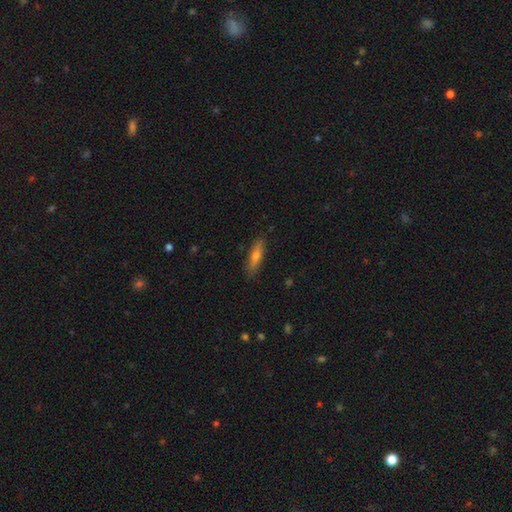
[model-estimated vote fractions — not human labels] smooth 64%, featured or disk 29%, star or artifact 7%. Down the decision tree: how rounded — cigar-shaped (66%); merging — none (86%).